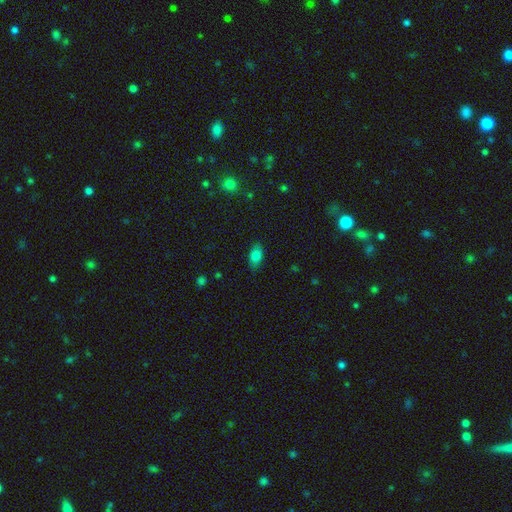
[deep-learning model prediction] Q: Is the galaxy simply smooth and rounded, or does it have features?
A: smooth — 81%.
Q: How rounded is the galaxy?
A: in between — 88%.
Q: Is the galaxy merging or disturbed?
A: none — 84%.